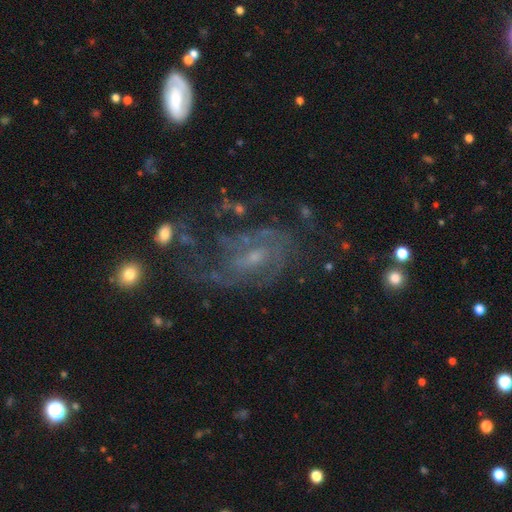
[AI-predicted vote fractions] Smooth or featured?
  - featured or disk: 79% *
  - star or artifact: 11%
  - smooth: 10%
Edge-on disk?
  - no: 96% *
  - yes: 4%
Bar?
  - weak: 47% *
  - no: 42%
  - strong: 11%
Spiral arms?
  - yes: 87% *
  - no: 13%
Spiral winding?
  - medium: 42% *
  - tight: 40%
  - loose: 18%
Spiral arm count?
  - can't tell: 38% *
  - 2: 33%
  - 3: 13%
  - 1: 7%
  - 4: 6%
  - more than 4: 5%
Bulge size?
  - small: 60% *
  - moderate: 28%
  - none: 8%
  - large: 2%
  - dominant: 1%
Merging?
  - none: 53% *
  - major disturbance: 23%
  - minor disturbance: 20%
  - merger: 5%